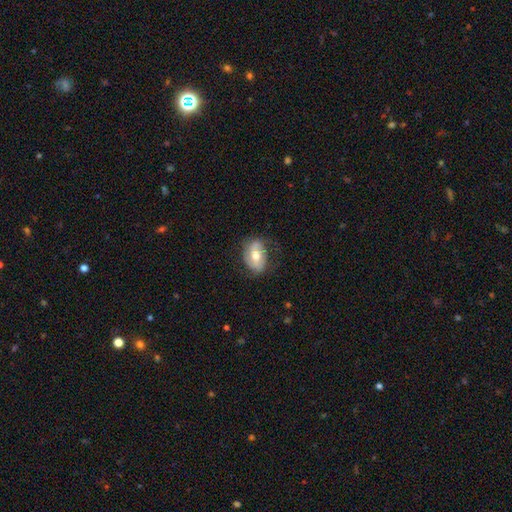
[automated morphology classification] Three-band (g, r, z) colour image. It shows a smooth galaxy with no disk features (49%). Merging: none (66%).